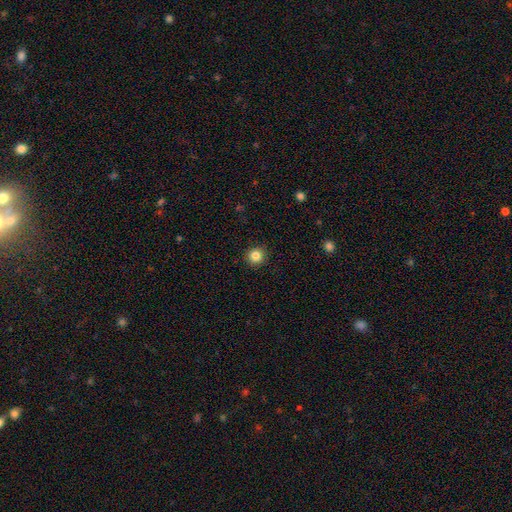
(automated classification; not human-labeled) Overall: smooth (84%). How rounded: round (93%). Merging: none (92%).